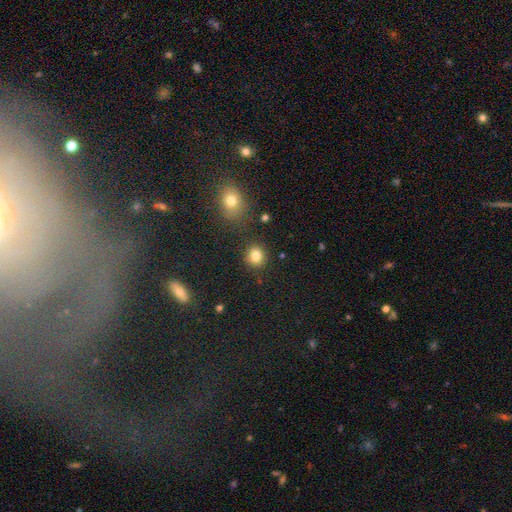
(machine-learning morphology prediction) Q: Smooth or featured?
A: smooth (83%); runner-up: star or artifact (12%)
Q: How rounded?
A: round (80%); runner-up: in between (19%)
Q: Merging?
A: none (86%); runner-up: minor disturbance (8%)